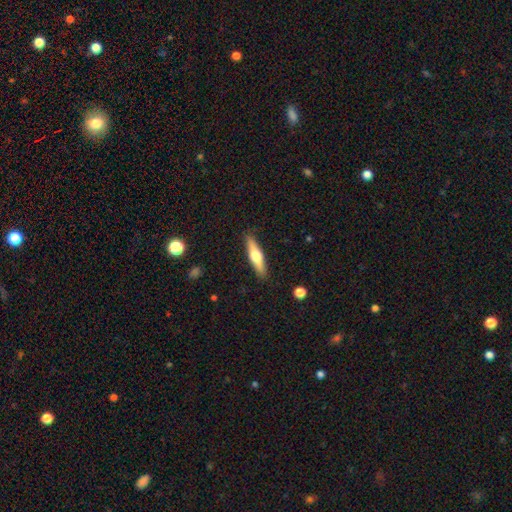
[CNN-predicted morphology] A featured or disk galaxy (51%) viewed edge-on (94%). Merging: none (89%).